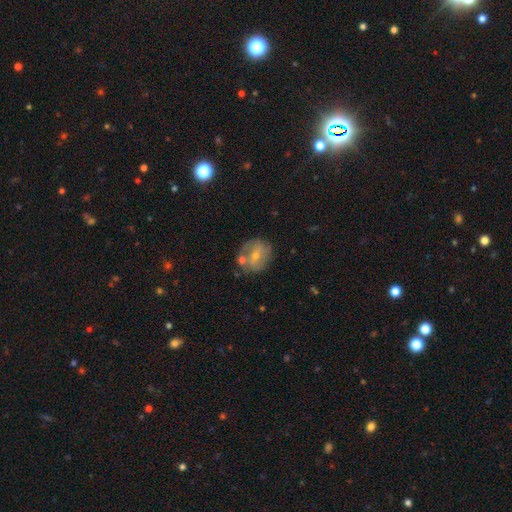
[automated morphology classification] smooth-or-featured: featured or disk: 49% | smooth: 42% | star or artifact: 9%
  merging: none: 58% | minor disturbance: 19% | merger: 16% | major disturbance: 7%